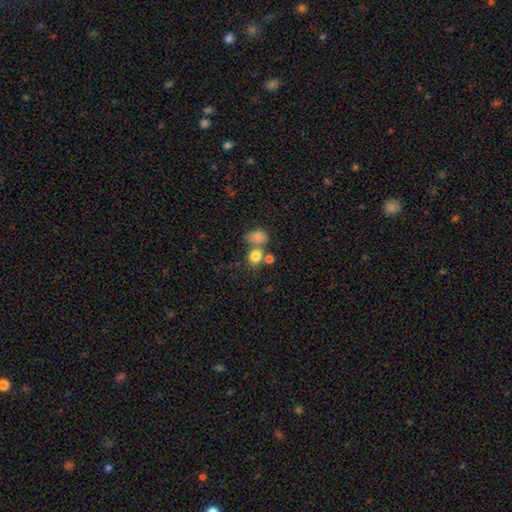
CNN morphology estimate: Overall: smooth (79%). How rounded: in between (50%; round 49%). Merging: none (47%; merger 36%).